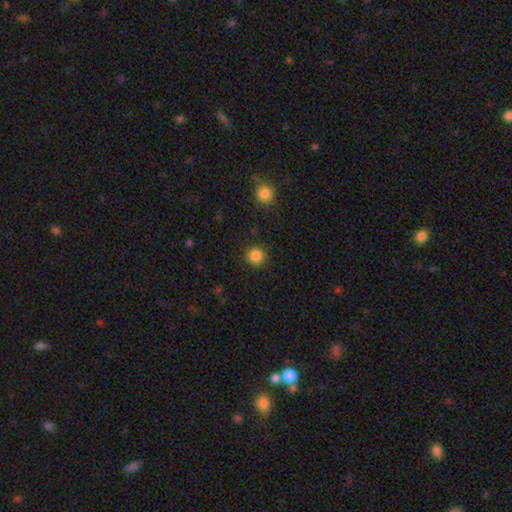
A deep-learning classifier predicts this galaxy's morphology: The model was most divided on "smooth or featured": smooth: 85%, star or artifact: 11%, featured or disk: 4%. More confident: how rounded — round (93%); merging — none (91%).